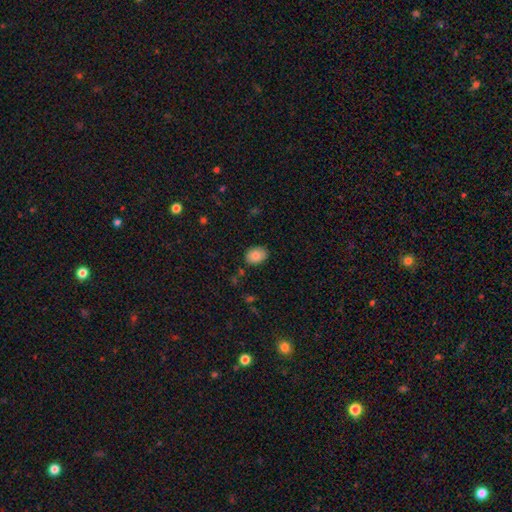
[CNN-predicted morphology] Smooth or featured? smooth (87%)
How rounded? in between (77%)
Merging? none (83%)